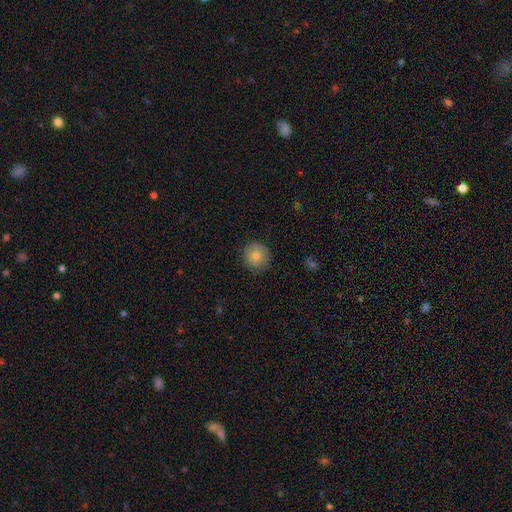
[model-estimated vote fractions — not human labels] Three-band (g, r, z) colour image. It shows a smooth galaxy with no disk features (74%) that is round (93%). Merging: none (89%).